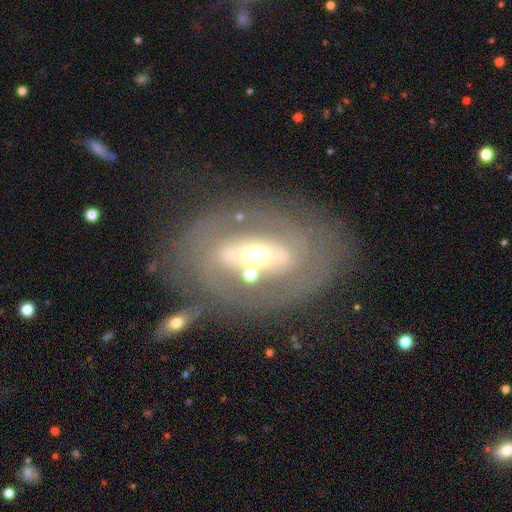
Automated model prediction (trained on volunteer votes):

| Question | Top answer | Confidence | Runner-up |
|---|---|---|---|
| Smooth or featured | featured or disk | 79% | smooth (14%) |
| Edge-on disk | no | 93% | yes (7%) |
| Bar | strong | 49% | weak (29%) |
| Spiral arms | yes | 70% | no (30%) |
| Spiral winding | tight | 46% | medium (37%) |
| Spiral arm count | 2 | 72% | can't tell (16%) |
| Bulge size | moderate | 60% | small (27%) |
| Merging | none | 67% | minor disturbance (15%) |